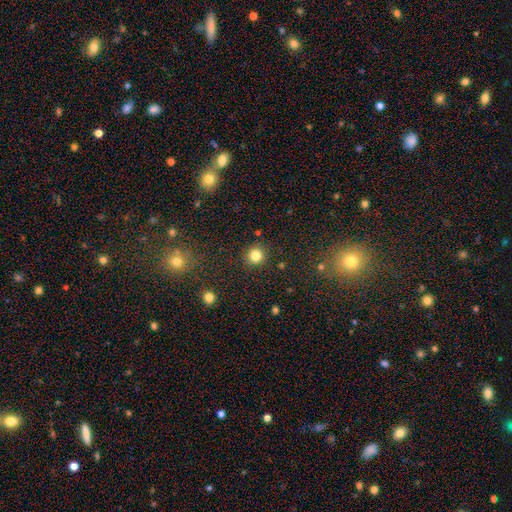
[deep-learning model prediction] Smooth or featured?
  - smooth: 83% *
  - star or artifact: 13%
  - featured or disk: 5%
How rounded?
  - round: 93% *
  - in between: 6%
  - cigar-shaped: 1%
Merging?
  - none: 90% *
  - minor disturbance: 6%
  - major disturbance: 2%
  - merger: 2%